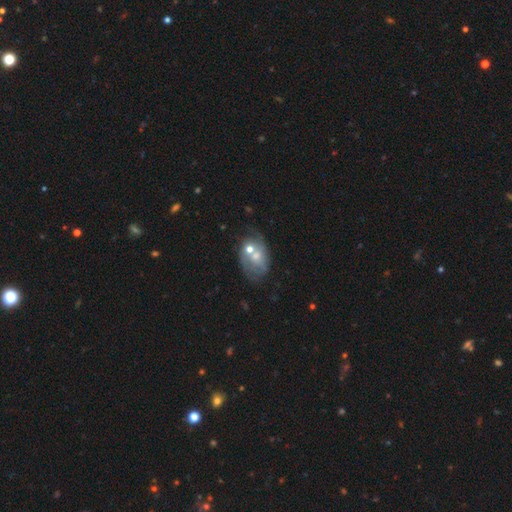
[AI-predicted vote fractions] A featured or disk galaxy (53%) with no bar (81%), no spiral arms (53%) and a moderate central bulge (52%).

Vote fractions:
- Smooth or featured? featured or disk: 53% / smooth: 38% / star or artifact: 9%
- Edge-on disk? no: 96% / yes: 4%
- Bar? no: 81% / weak: 16% / strong: 3%
- Spiral arms? no: 53% / yes: 47%
- Bulge size? moderate: 52% / small: 36% / none: 5% / large: 5% / dominant: 2%
- Merging? merger: 37% / none: 32% / minor disturbance: 18% / major disturbance: 13%